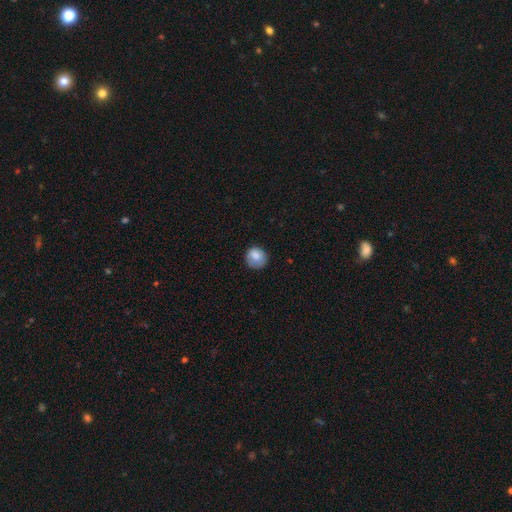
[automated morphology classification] Q: Smooth or featured?
A: smooth (82%); runner-up: featured or disk (9%)
Q: How rounded?
A: round (84%); runner-up: in between (15%)
Q: Merging?
A: none (72%); runner-up: minor disturbance (21%)